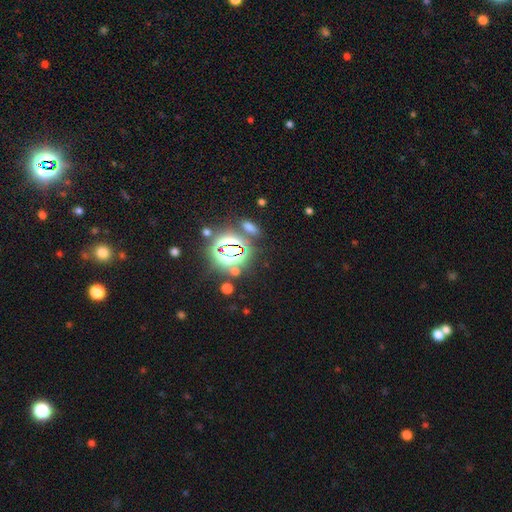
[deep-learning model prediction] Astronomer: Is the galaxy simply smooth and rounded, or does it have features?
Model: star or artifact — 83%.